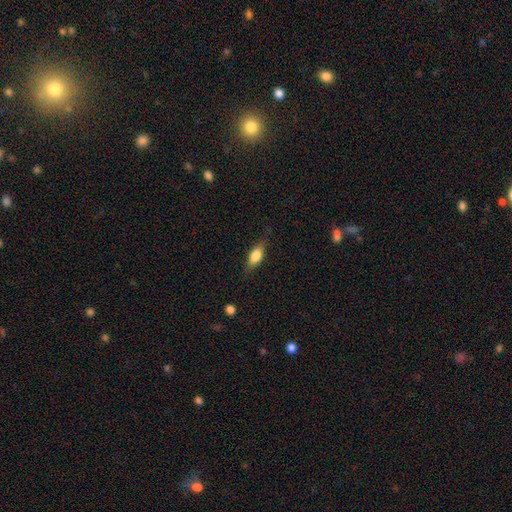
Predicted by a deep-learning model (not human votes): A smooth galaxy with no disk features (74%) that is in between round and cigar-shaped (77%). Merging: none (77%).